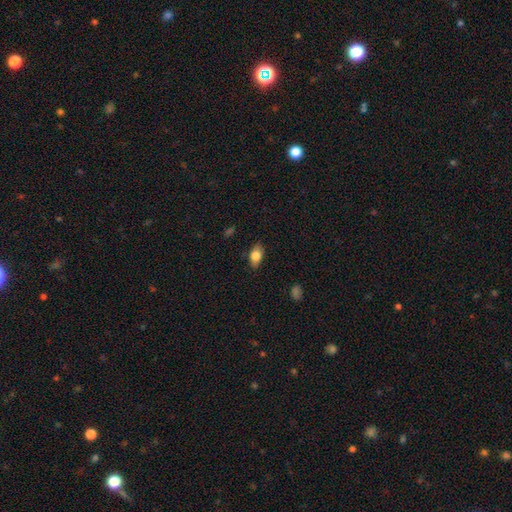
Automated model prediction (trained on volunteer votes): A smooth galaxy with no disk features (80%) that is in between round and cigar-shaped (87%). Merging: none (83%).